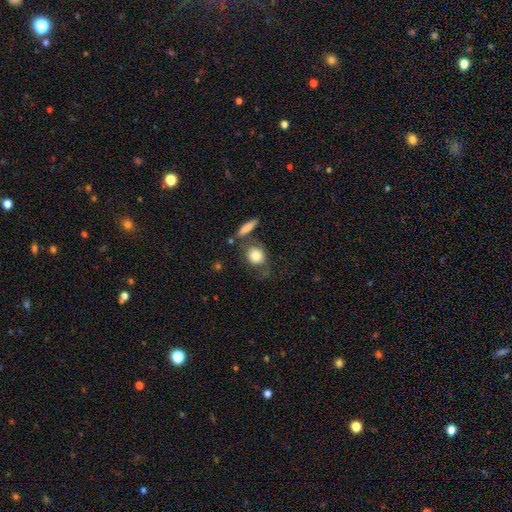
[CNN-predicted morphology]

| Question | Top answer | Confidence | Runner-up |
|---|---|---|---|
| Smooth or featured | smooth | 80% | featured or disk (13%) |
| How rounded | round | 60% | in between (37%) |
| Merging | none | 55% | minor disturbance (18%) |